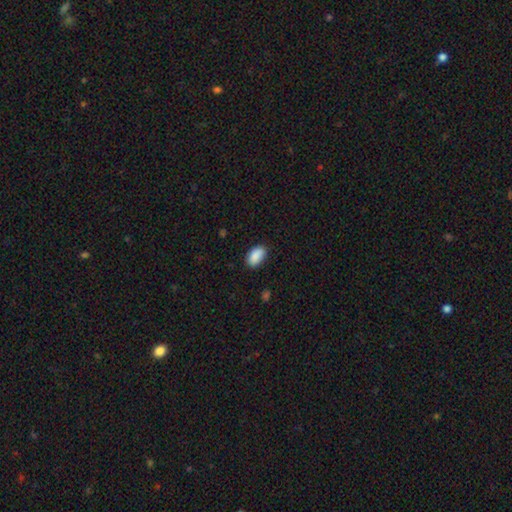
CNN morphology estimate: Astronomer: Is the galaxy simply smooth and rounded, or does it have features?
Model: smooth — 90%.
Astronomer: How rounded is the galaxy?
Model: in between — 93%.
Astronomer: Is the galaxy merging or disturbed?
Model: none — 84%.